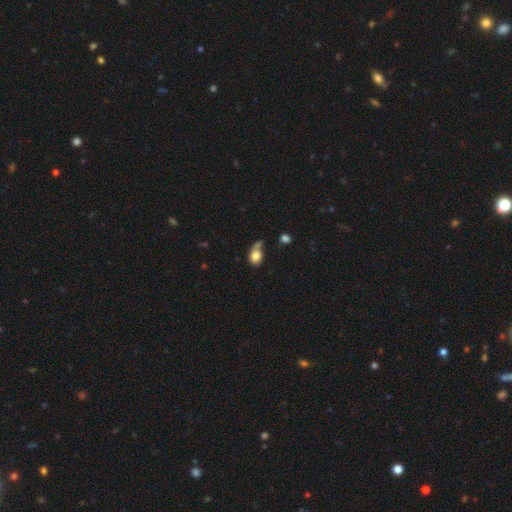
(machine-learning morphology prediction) smooth_or_featured: smooth (p=0.78) [alt: featured or disk p=0.13]
how_rounded: in between (p=0.53) [alt: round p=0.45]
merging: none (p=0.36) [alt: minor disturbance p=0.23]